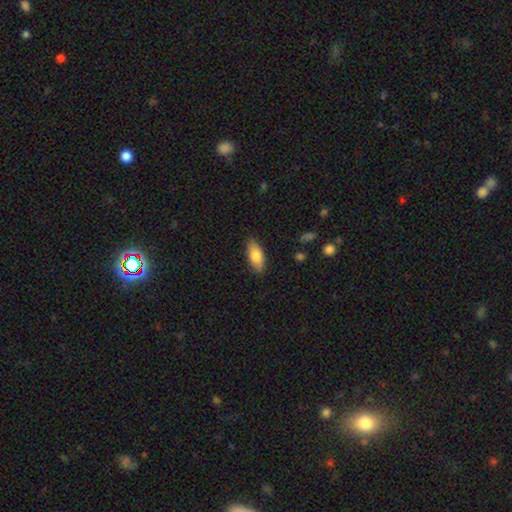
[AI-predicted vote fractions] A smooth galaxy with no disk features (80%) that is in between round and cigar-shaped (83%).

Vote fractions:
- Smooth or featured? smooth: 80% / featured or disk: 14% / star or artifact: 6%
- How rounded? in between: 83% / cigar-shaped: 15% / round: 2%
- Merging? none: 85% / minor disturbance: 12% / major disturbance: 2% / merger: 1%